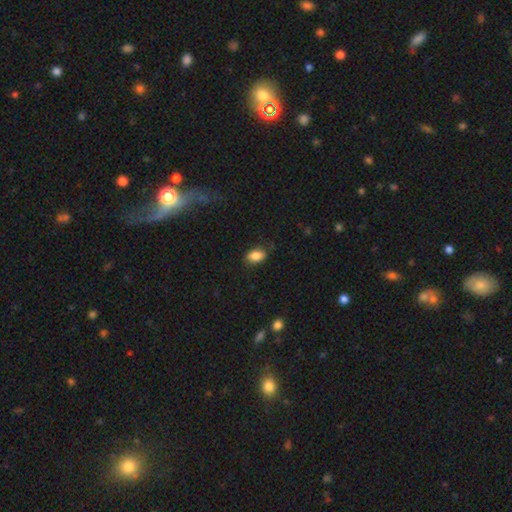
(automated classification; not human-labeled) This is clearly a smooth galaxy (85%). How rounded: clearly in between (87%). Merging: likely none (78%).